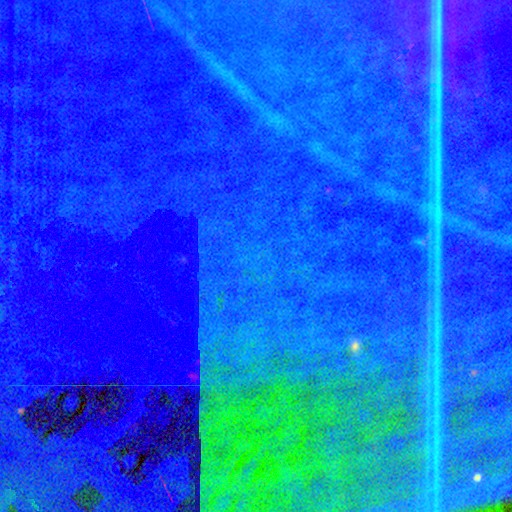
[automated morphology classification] star or artifact 89%, featured or disk 6%, smooth 5%.